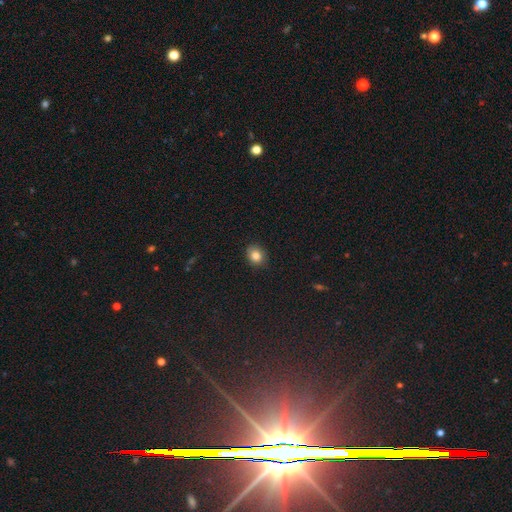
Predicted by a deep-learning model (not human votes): This appears to be a smooth galaxy with no disk features (83%) that is round (59%). Merging: none (86%).